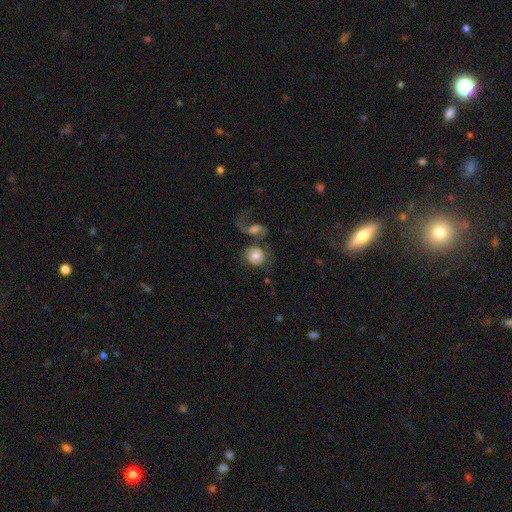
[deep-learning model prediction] Smooth or featured? smooth (63%)
How rounded? round (82%)
Merging? merger (38%)